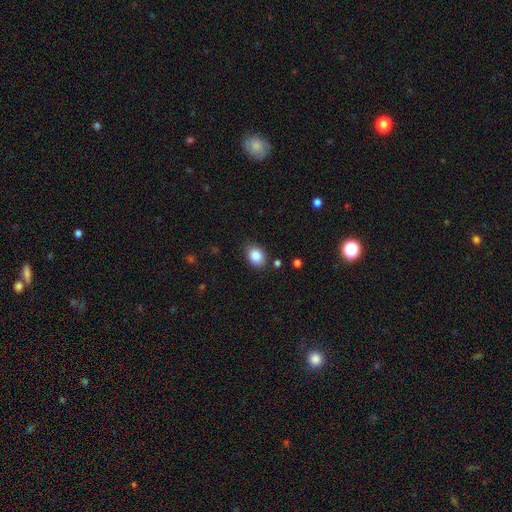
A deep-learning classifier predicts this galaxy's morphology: smooth 87%, star or artifact 9%, featured or disk 5%. Down the decision tree: how rounded — in between (63%); merging — none (80%).